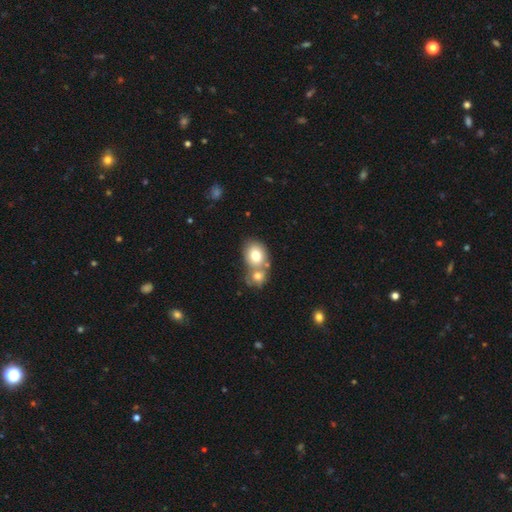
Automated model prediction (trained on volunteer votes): A smooth galaxy with no disk features (76%) that is in between round and cigar-shaped (51%).

Vote fractions:
- Smooth or featured? smooth: 76% / featured or disk: 16% / star or artifact: 8%
- How rounded? in between: 51% / round: 48% / cigar-shaped: 1%
- Merging? merger: 55% / none: 33% / minor disturbance: 9% / major disturbance: 3%